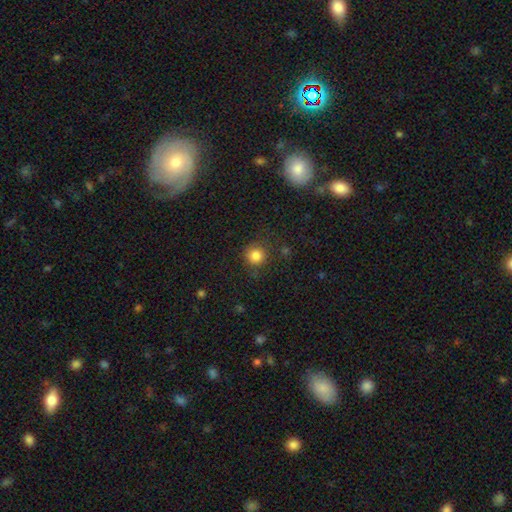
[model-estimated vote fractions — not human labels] Smooth or featured? smooth (84%)
How rounded? round (93%)
Merging? none (82%)